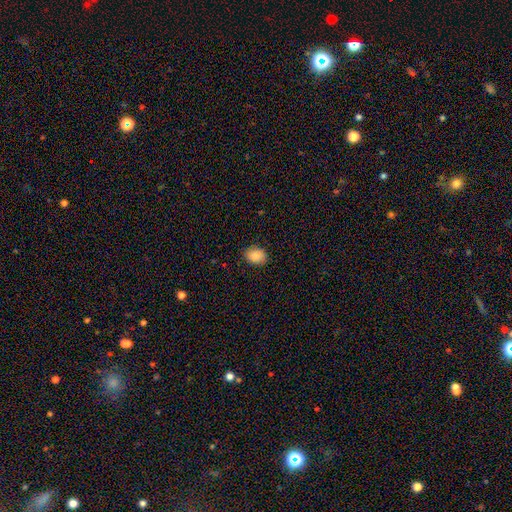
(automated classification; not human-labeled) This appears to be a smooth galaxy with no disk features (88%) that is in between round and cigar-shaped (67%). Merging: none (88%).